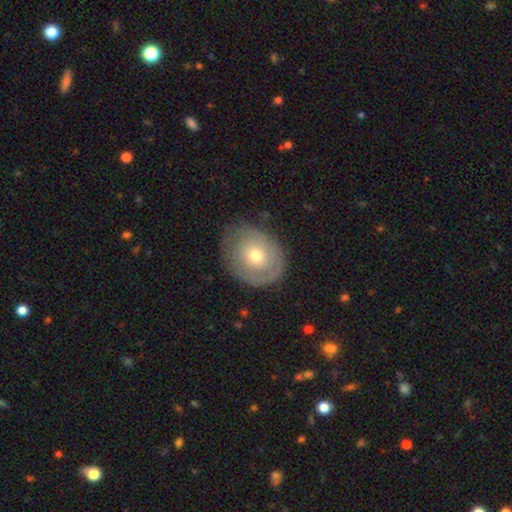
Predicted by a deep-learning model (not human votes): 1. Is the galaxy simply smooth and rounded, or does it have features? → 47% smooth, 46% featured or disk, 7% star or artifact.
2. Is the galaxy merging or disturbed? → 71% none, 20% minor disturbance, 8% major disturbance, 1% merger.